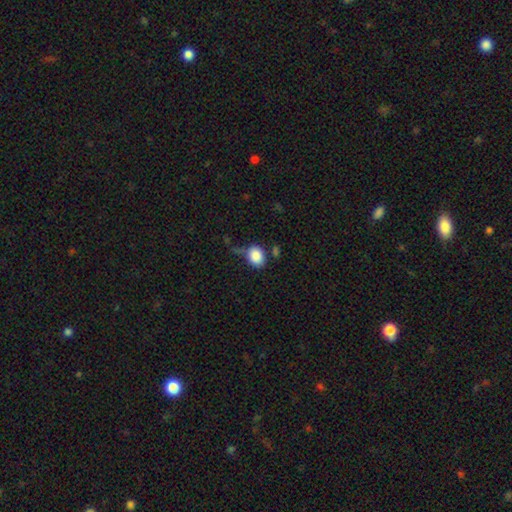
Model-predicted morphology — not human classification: Smooth or featured: smooth — 87% (star or artifact — 8%)
How rounded: in between — 56% (round — 43%)
Merging: none — 55% (minor disturbance — 24%)